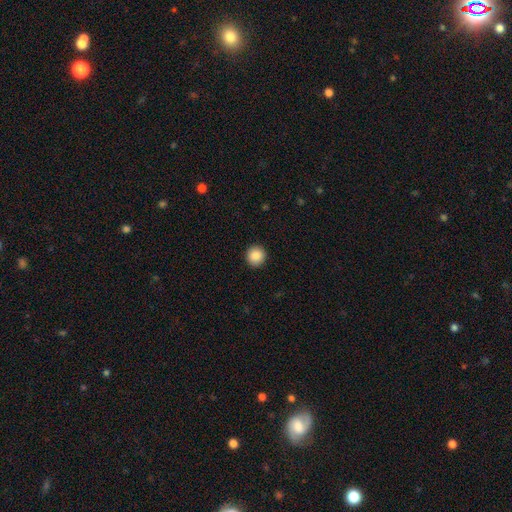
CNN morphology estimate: Q: Smooth or featured?
A: smooth (88%); runner-up: star or artifact (8%)
Q: How rounded?
A: round (93%); runner-up: in between (6%)
Q: Merging?
A: none (93%); runner-up: minor disturbance (5%)